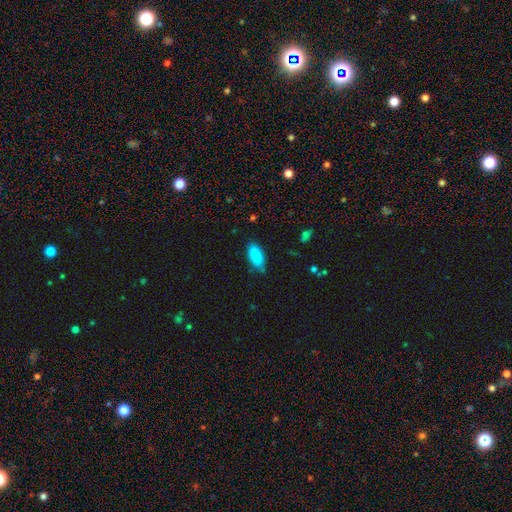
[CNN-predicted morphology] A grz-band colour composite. It shows a smooth galaxy with no disk features (89%) that is in between round and cigar-shaped (88%). Merging: none (72%).